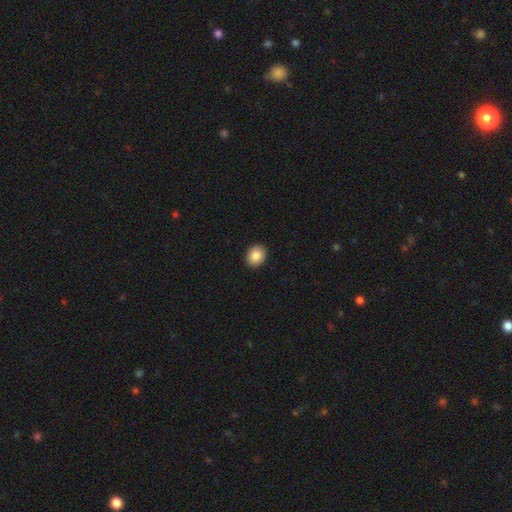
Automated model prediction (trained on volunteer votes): smooth 86%, star or artifact 8%, featured or disk 6%. Down the decision tree: how rounded — in between (51%); merging — none (92%).